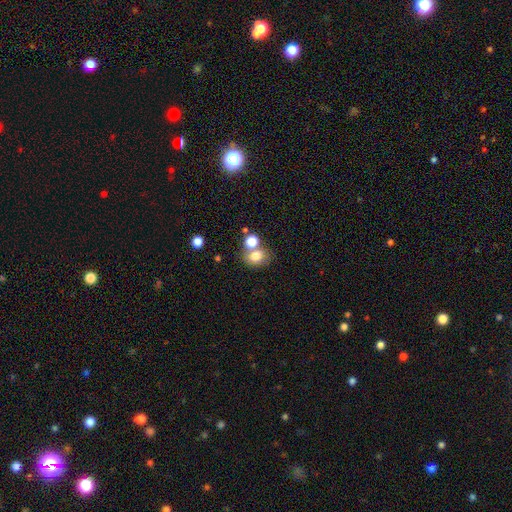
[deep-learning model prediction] This is likely a smooth galaxy (77%). How rounded: possibly in between (52%). Merging: possibly none (52%).